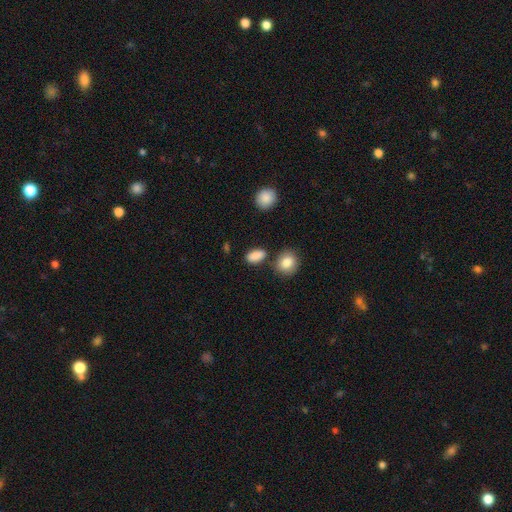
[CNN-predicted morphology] smooth_or_featured: smooth (p=0.88) [alt: star or artifact p=0.08]
how_rounded: in between (p=0.85) [alt: round p=0.11]
merging: none (p=0.78) [alt: minor disturbance p=0.12]